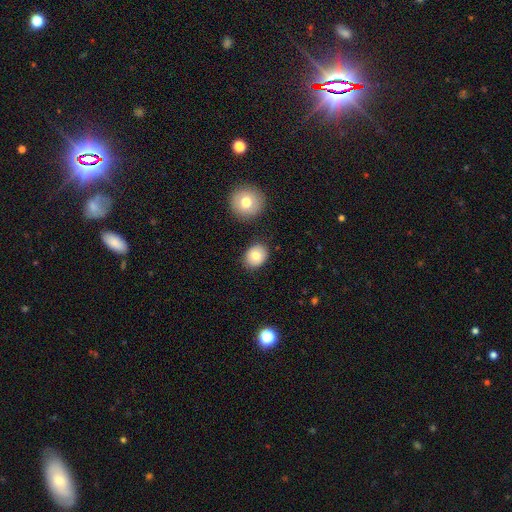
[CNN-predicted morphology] A smooth galaxy with no disk features (79%) that is round (59%). Merging: none (84%).